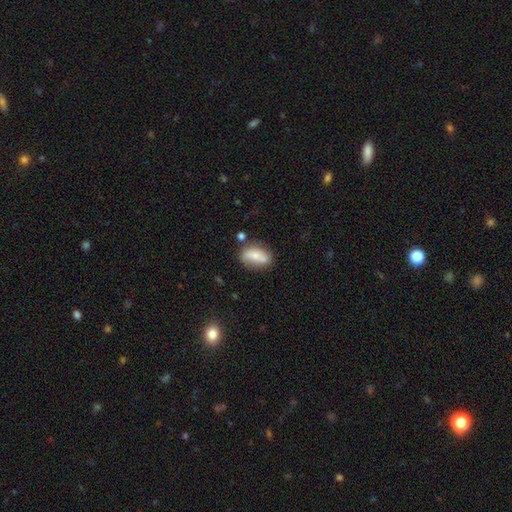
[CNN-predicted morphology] A smooth galaxy with no disk features (67%) that is in between round and cigar-shaped (85%). Merging: none (62%).